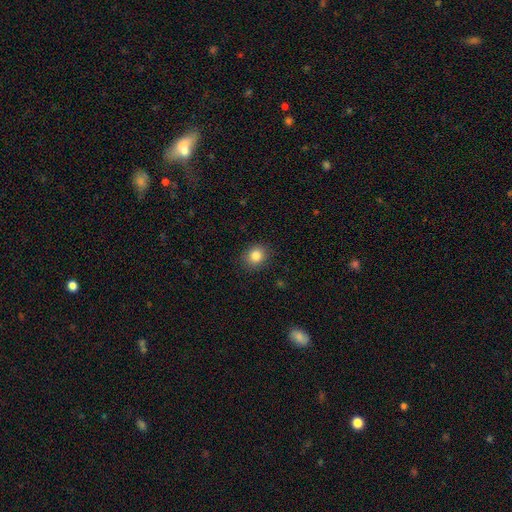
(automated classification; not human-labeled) This appears to be a smooth galaxy with no disk features (85%) that is round (73%). Merging: none (89%).